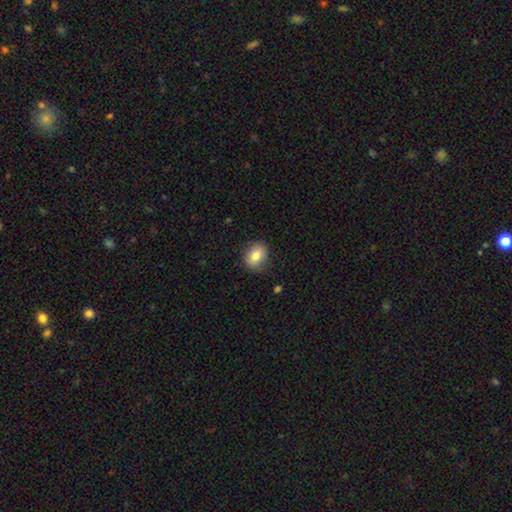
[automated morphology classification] Smooth or featured? smooth (81%)
How rounded? in between (56%)
Merging? none (85%)